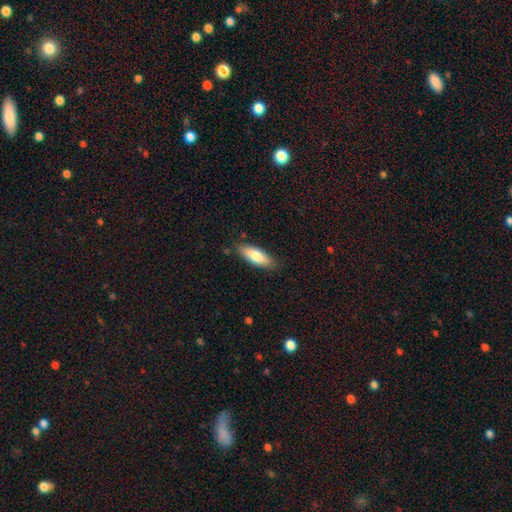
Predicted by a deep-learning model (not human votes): smooth 79%, featured or disk 15%, star or artifact 6%. Down the decision tree: how rounded — in between (64%); merging — none (82%).